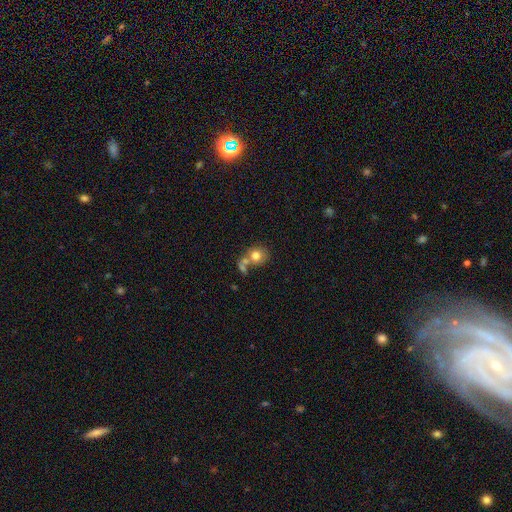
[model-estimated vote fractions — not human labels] Smooth or featured: smooth — 75% (featured or disk — 15%)
How rounded: round — 76% (in between — 23%)
Merging: none — 41% (tied with merger — 41%)